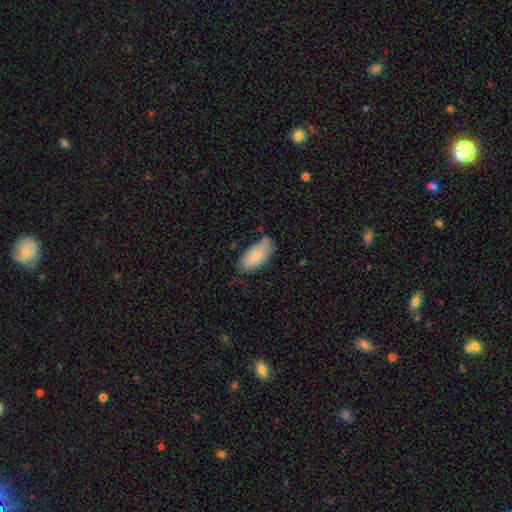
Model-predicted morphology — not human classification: A smooth galaxy with no disk features (82%) that is in between round and cigar-shaped (92%). Merging: none (61%).